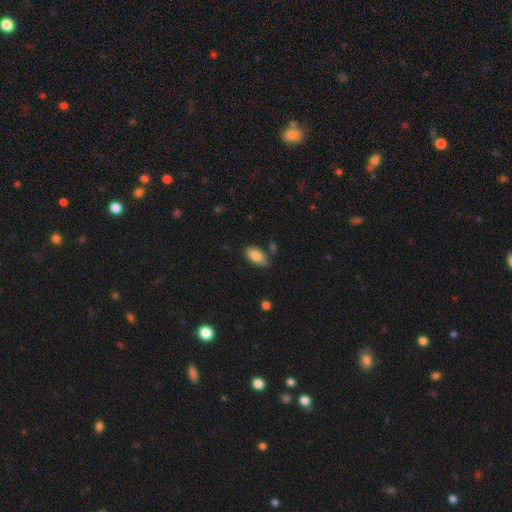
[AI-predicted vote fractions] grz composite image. It shows a smooth galaxy with no disk features (85%) that is in between round and cigar-shaped (94%). Merging: none (76%).